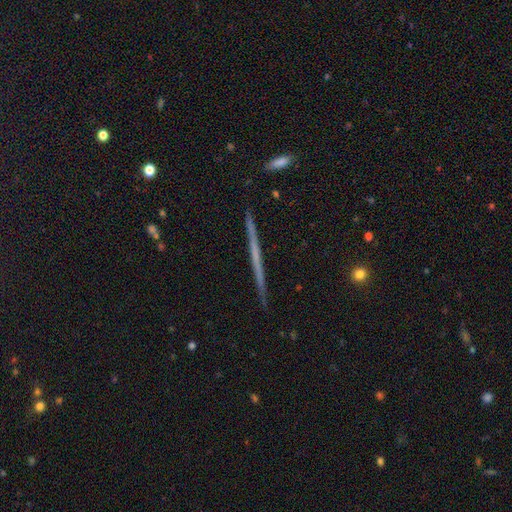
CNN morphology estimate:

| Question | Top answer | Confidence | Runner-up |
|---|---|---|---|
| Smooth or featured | featured or disk | 63% | smooth (30%) |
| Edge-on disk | yes | 98% | no (2%) |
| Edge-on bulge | none | 89% | rounded (8%) |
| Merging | none | 91% | minor disturbance (6%) |